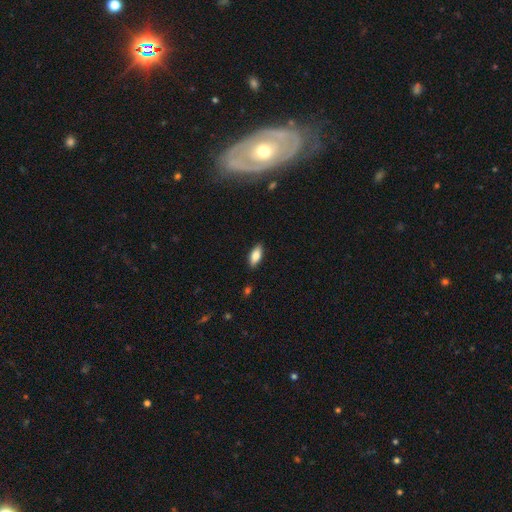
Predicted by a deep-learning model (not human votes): The model was most divided on "how rounded": in between: 82%, cigar-shaped: 15%, round: 2%. More confident: merging — none (88%); smooth or featured — smooth (81%).